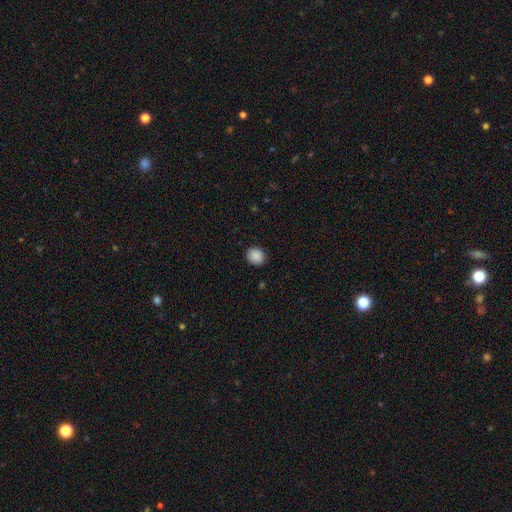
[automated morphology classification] A smooth galaxy with no disk features (89%) that is round (74%).

Vote fractions:
- Smooth or featured? smooth: 89% / star or artifact: 9% / featured or disk: 3%
- How rounded? round: 74% / in between: 25% / cigar-shaped: 1%
- Merging? none: 90% / minor disturbance: 7% / major disturbance: 2% / merger: 1%